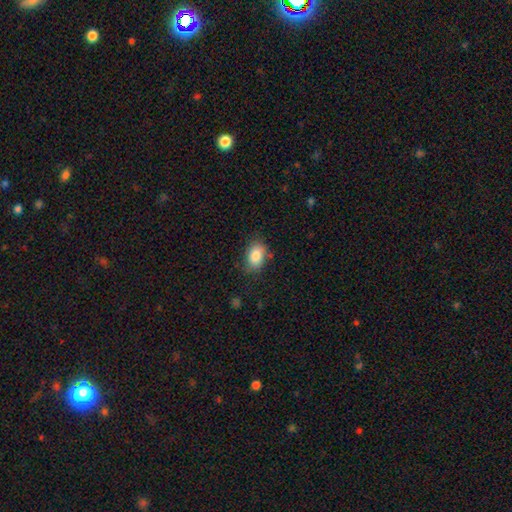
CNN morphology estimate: Overall: smooth (85%). How rounded: in between (82%). Merging: none (78%).